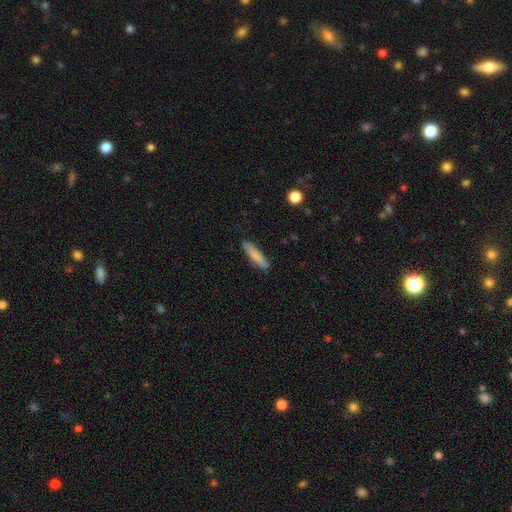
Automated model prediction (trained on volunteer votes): Overall: smooth (79%). How rounded: cigar-shaped (85%). Merging: none (85%).